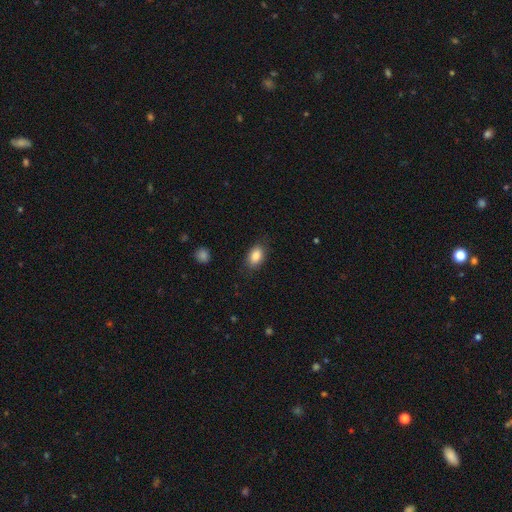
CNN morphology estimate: A smooth galaxy with no disk features (86%) that is in between round and cigar-shaped (89%). Merging: none (82%).